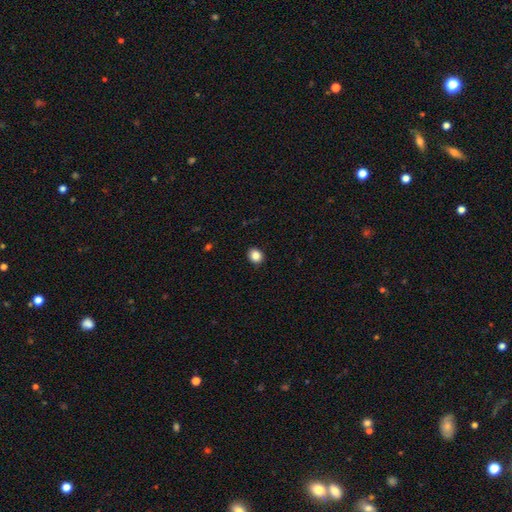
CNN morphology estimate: Smooth or featured?
  - smooth: 86% *
  - star or artifact: 10%
  - featured or disk: 4%
How rounded?
  - round: 67% *
  - in between: 32%
  - cigar-shaped: 1%
Merging?
  - none: 91% *
  - minor disturbance: 6%
  - major disturbance: 2%
  - merger: 1%